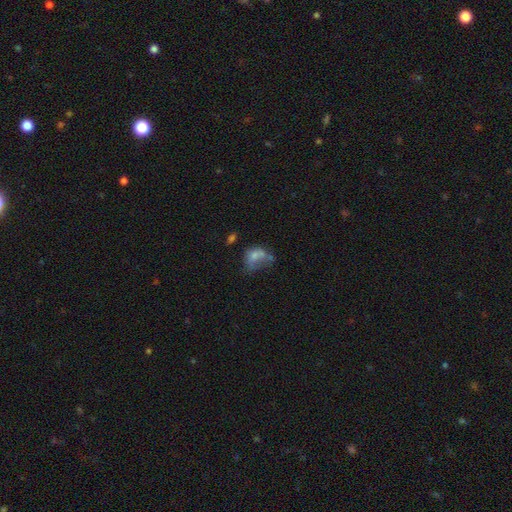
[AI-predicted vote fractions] The model was most divided on "merging": major disturbance: 32%, merger: 25%, none: 22%, minor disturbance: 21%. More confident: how rounded — in between (65%); smooth or featured — smooth (59%).